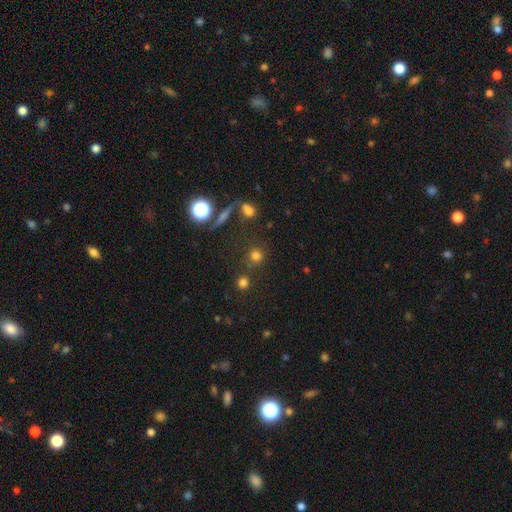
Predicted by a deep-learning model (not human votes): Morphology: type=smooth (72%); roundness=round (88%); merging=none (73%).